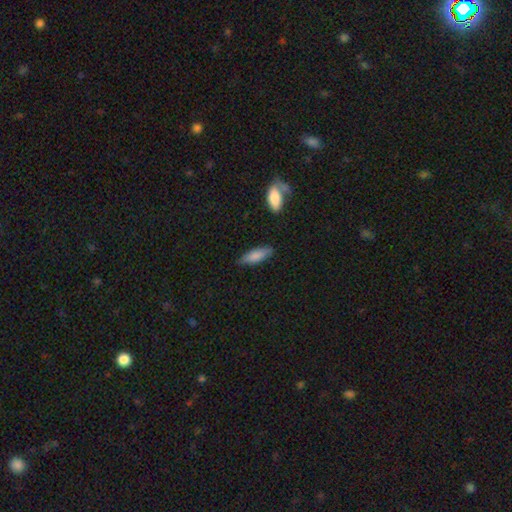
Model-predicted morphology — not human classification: Smooth or featured? smooth (81%)
How rounded? in between (51%)
Merging? none (80%)